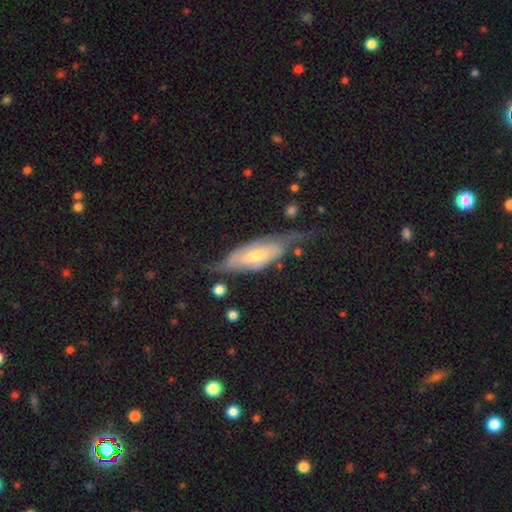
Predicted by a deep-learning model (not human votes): Morphology: type=featured or disk (65%); edge-on=no (67%); merging=none (42%).